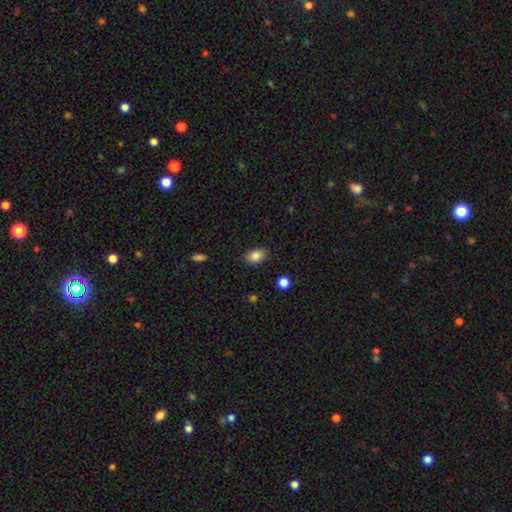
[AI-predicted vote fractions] smooth 87%, star or artifact 9%, featured or disk 5%. Down the decision tree: how rounded — in between (80%); merging — none (86%).